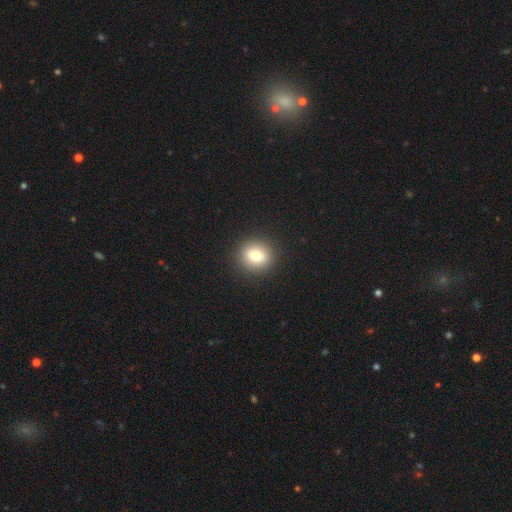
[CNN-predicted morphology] Smooth or featured?
  - smooth: 83% *
  - star or artifact: 10%
  - featured or disk: 7%
How rounded?
  - round: 78% *
  - in between: 21%
  - cigar-shaped: 1%
Merging?
  - none: 91% *
  - minor disturbance: 6%
  - major disturbance: 2%
  - merger: 1%